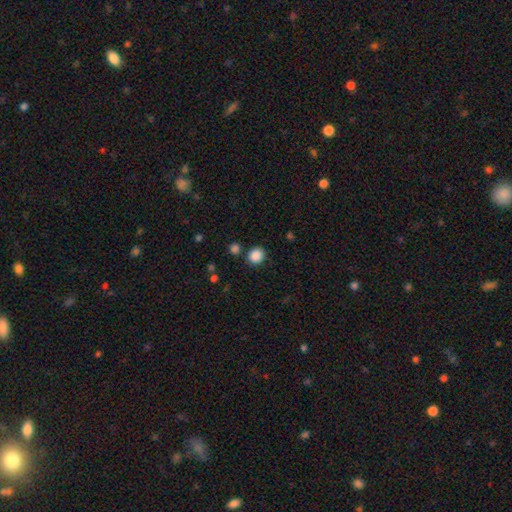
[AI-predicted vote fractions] smooth-or-featured: smooth: 87% | star or artifact: 10% | featured or disk: 3%
  how-rounded: round: 80% | in between: 20% | cigar-shaped: 1%
  merging: none: 83% | minor disturbance: 8% | merger: 5% | major disturbance: 3%